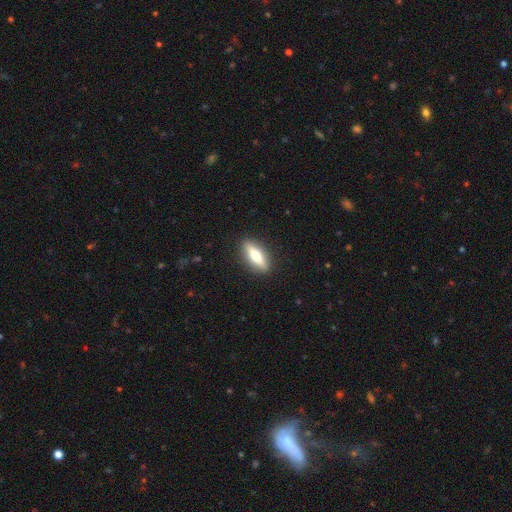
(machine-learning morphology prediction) type=smooth (60%); roundness=cigar-shaped (49%); merging=none (89%).